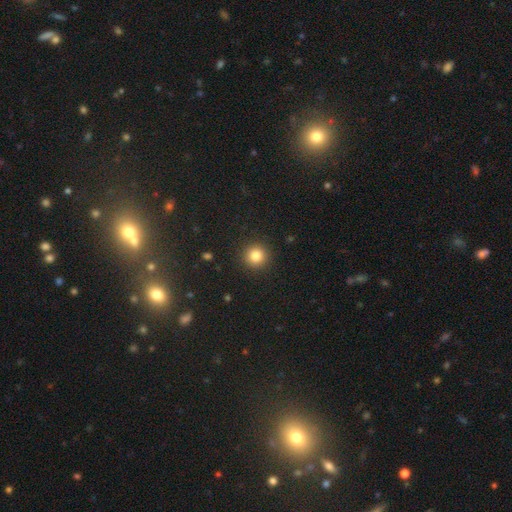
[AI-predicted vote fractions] Smooth or featured? smooth (84%)
How rounded? round (94%)
Merging? none (92%)